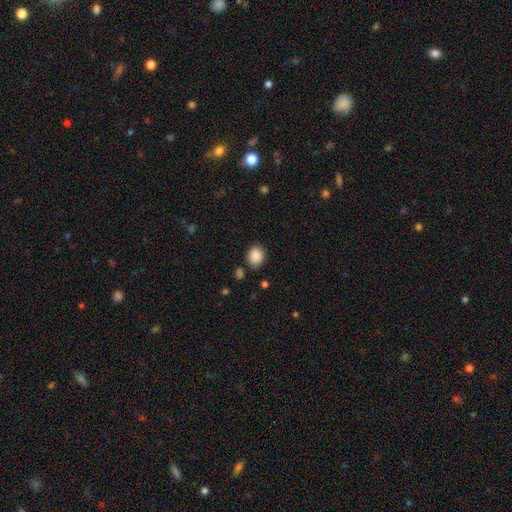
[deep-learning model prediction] The model was most divided on "how rounded": round: 65%, in between: 34%, cigar-shaped: 1%. More confident: smooth or featured — smooth (88%); merging — none (82%).